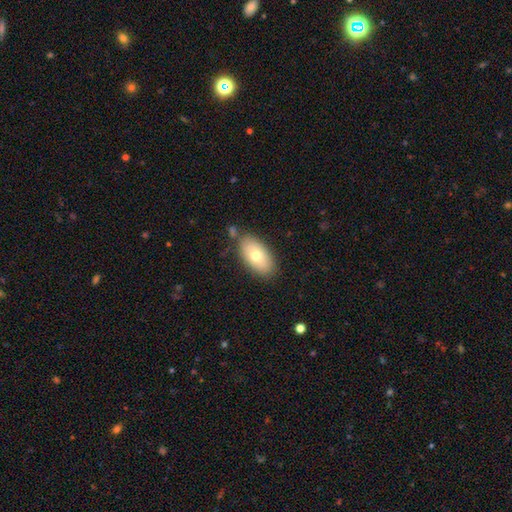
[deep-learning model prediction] Smooth or featured: smooth — 71% (featured or disk — 22%)
How rounded: in between — 92% (round — 5%)
Merging: none — 77% (minor disturbance — 14%)